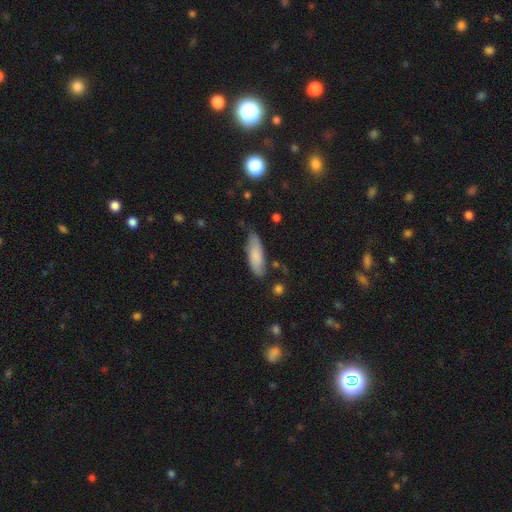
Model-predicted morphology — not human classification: smooth-or-featured: smooth: 79% | featured or disk: 15% | star or artifact: 6%
  how-rounded: in between: 58% | cigar-shaped: 40% | round: 2%
  merging: none: 69% | minor disturbance: 24% | major disturbance: 4% | merger: 3%